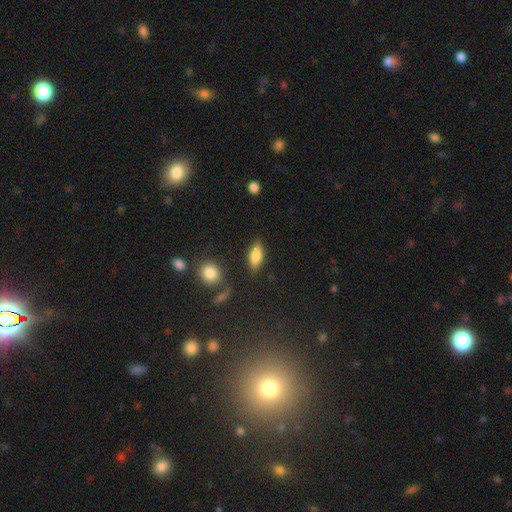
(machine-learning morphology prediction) Smooth or featured: smooth — 77% (featured or disk — 14%)
How rounded: in between — 81% (cigar-shaped — 15%)
Merging: none — 78% (minor disturbance — 14%)